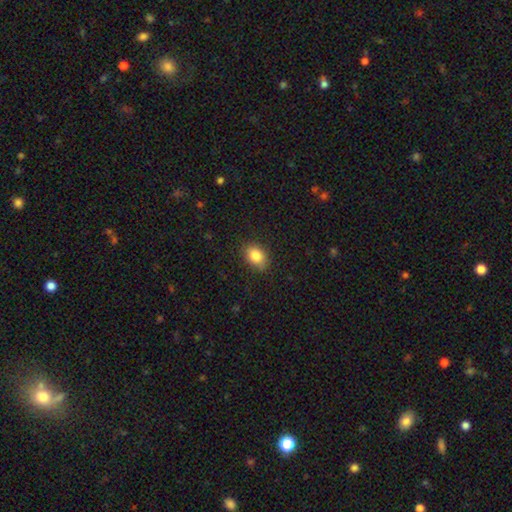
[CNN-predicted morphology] smooth_or_featured: smooth (p=0.83) [alt: star or artifact p=0.09]
how_rounded: in between (p=0.77) [alt: round p=0.21]
merging: none (p=0.84) [alt: minor disturbance p=0.12]